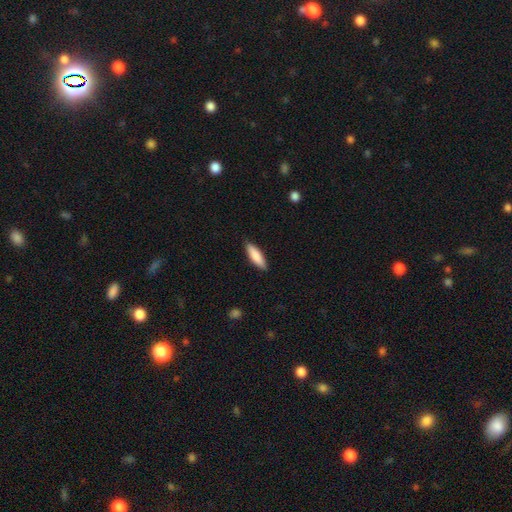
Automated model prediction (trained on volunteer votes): Smooth or featured? Predicted: smooth (p=0.84). How rounded? Predicted: cigar-shaped (p=0.59). Merging? Predicted: none (p=0.88).